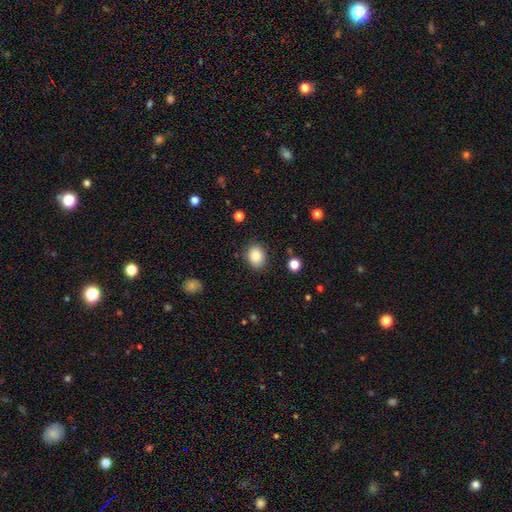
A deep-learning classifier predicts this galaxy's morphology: type=smooth (84%); roundness=round (52%); merging=none (86%).